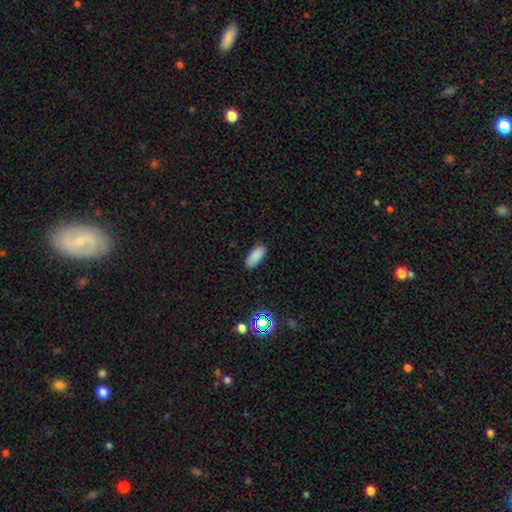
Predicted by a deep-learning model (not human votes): smooth 87%, star or artifact 9%, featured or disk 4%. Down the decision tree: how rounded — in between (83%); merging — none (87%).